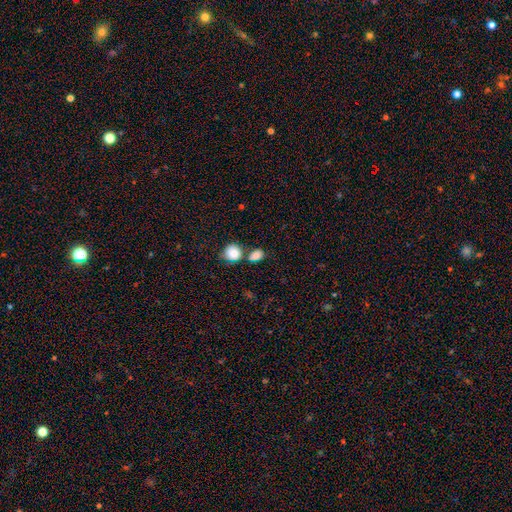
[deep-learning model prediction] This is clearly a smooth galaxy (83%). How rounded: possibly in between (50%). Merging: possibly none (54%).